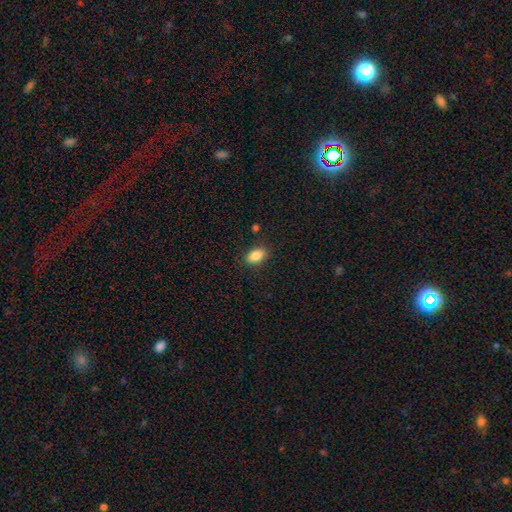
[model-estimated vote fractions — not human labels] Morphology: type=smooth (86%); roundness=in between (90%); merging=none (86%).